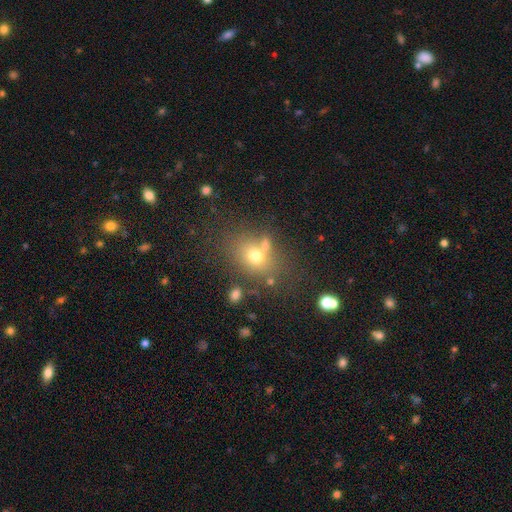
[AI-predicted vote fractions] Smooth or featured? smooth (68%)
How rounded? in between (55%)
Merging? none (61%)